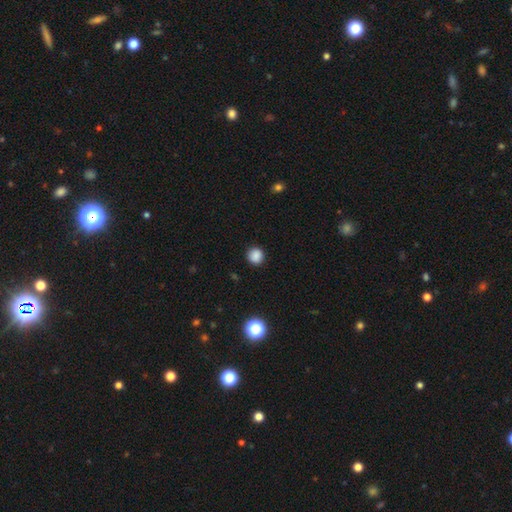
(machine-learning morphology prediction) Smooth or featured? smooth (86%)
How rounded? round (91%)
Merging? none (90%)